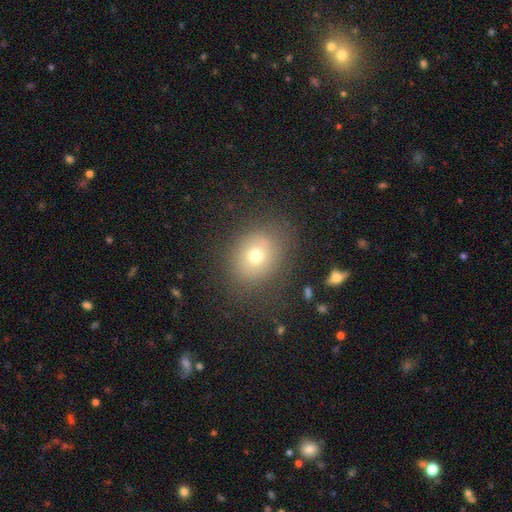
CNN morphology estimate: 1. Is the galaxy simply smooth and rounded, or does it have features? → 68% smooth, 17% featured or disk, 15% star or artifact.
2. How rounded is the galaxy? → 59% round, 40% in between, 1% cigar-shaped.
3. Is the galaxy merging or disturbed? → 78% none, 14% minor disturbance, 7% major disturbance, 2% merger.